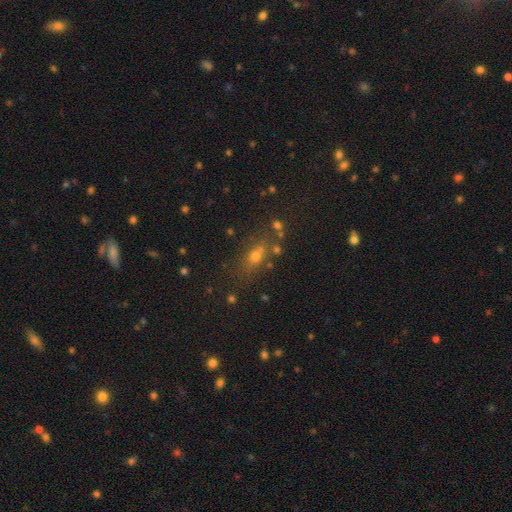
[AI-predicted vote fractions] The model was most divided on "how rounded": in between: 57%, round: 28%, cigar-shaped: 15%. More confident: merging — none (66%); smooth or featured — smooth (58%).